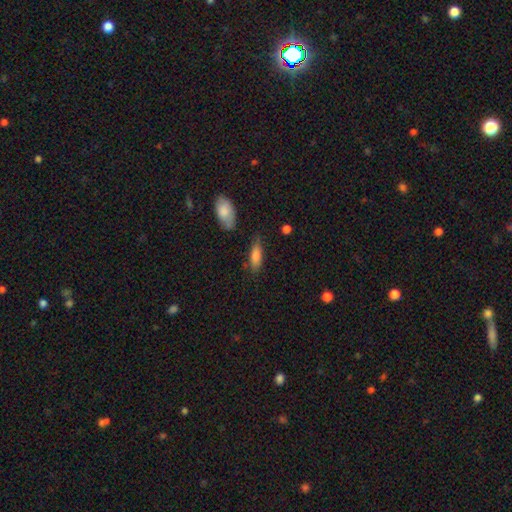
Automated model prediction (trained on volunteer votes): Q: Smooth or featured?
A: smooth (80%); runner-up: featured or disk (13%)
Q: How rounded?
A: in between (57%); runner-up: cigar-shaped (41%)
Q: Merging?
A: none (71%); runner-up: minor disturbance (20%)